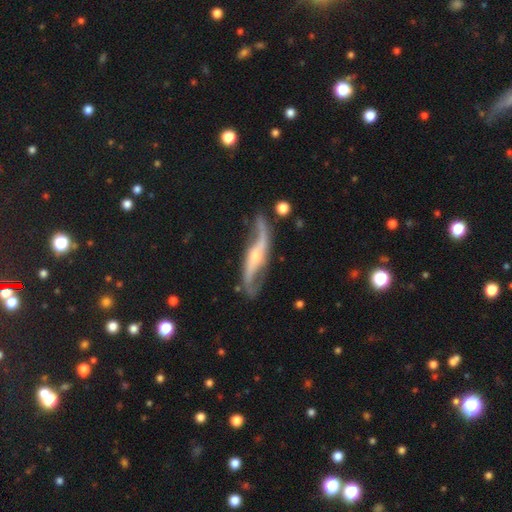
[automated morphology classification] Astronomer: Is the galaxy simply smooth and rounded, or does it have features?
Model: featured or disk — 89%.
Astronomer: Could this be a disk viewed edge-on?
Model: no — 82%.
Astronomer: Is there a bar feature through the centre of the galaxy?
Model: no — 45% (runner-up: weak, 28%).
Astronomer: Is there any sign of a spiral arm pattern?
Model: yes — 95%.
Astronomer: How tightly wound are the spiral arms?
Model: loose — 78%.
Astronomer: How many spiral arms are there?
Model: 2 — 92%.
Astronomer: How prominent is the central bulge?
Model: small — 57% (runner-up: moderate, 38%).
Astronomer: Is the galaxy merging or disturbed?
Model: none — 71%.